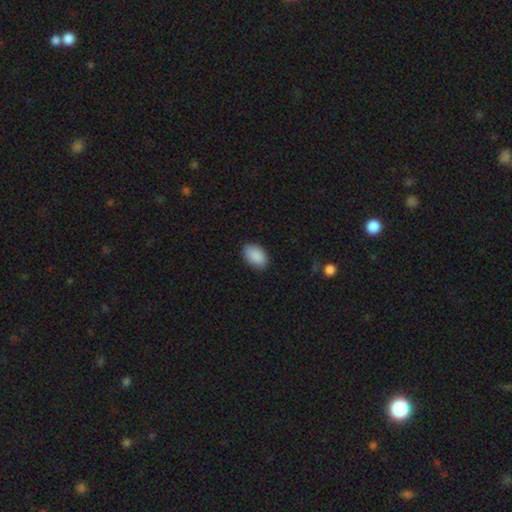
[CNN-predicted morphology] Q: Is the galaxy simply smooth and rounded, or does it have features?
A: smooth — 90%.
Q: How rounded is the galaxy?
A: in between — 90%.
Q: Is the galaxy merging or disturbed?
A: none — 83%.